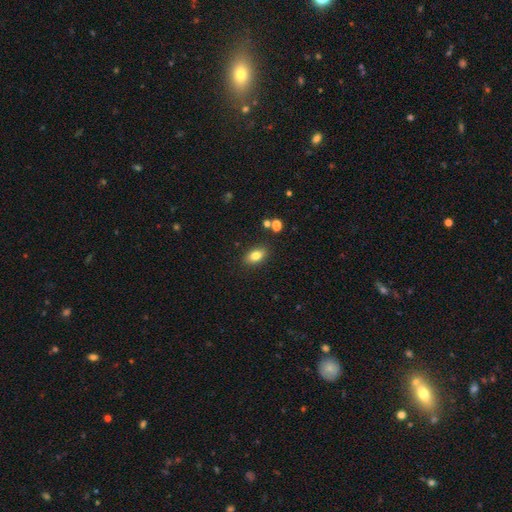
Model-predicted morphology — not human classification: Smooth or featured: smooth — 80% (featured or disk — 10%)
How rounded: in between — 86% (round — 11%)
Merging: none — 85% (minor disturbance — 9%)